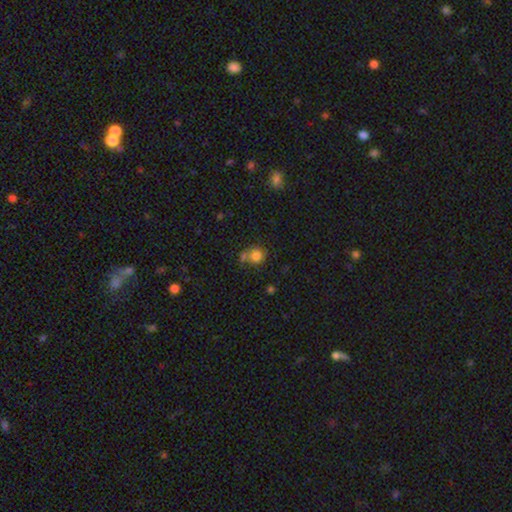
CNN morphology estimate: This appears to be a smooth galaxy with no disk features (79%) that is round (83%). Merging: none (51%).